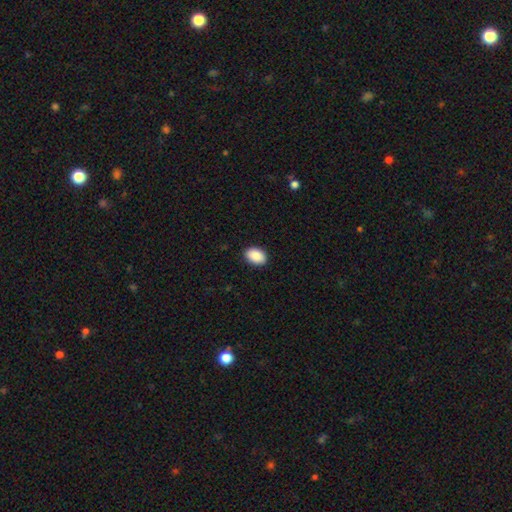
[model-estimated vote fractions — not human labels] A smooth galaxy with no disk features (90%) that is in between round and cigar-shaped (87%).

Vote fractions:
- Smooth or featured? smooth: 90% / star or artifact: 7% / featured or disk: 3%
- How rounded? in between: 87% / round: 12% / cigar-shaped: 1%
- Merging? none: 90% / minor disturbance: 7% / major disturbance: 2% / merger: 1%